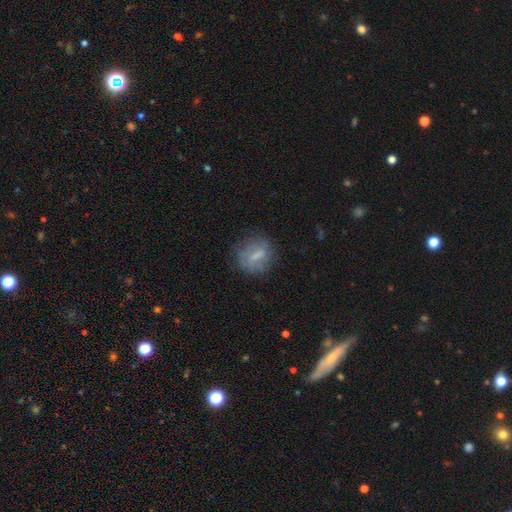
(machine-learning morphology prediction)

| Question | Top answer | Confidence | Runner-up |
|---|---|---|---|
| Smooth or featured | smooth | 57% | featured or disk (34%) |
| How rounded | round | 67% | in between (30%) |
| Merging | none | 68% | minor disturbance (20%) |